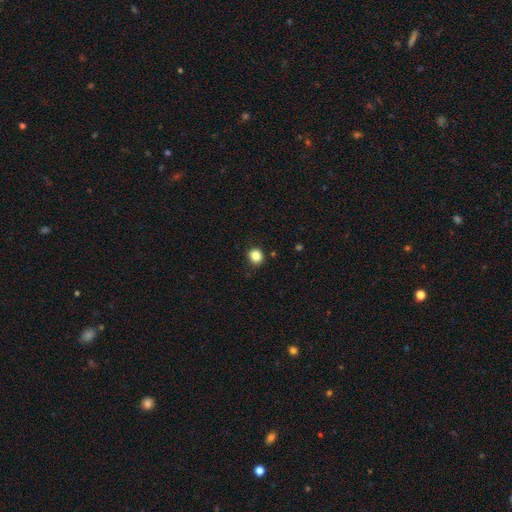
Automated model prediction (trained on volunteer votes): A smooth galaxy with no disk features (85%) that is round (81%).

Vote fractions:
- Smooth or featured? smooth: 85% / star or artifact: 11% / featured or disk: 4%
- How rounded? round: 81% / in between: 18% / cigar-shaped: 1%
- Merging? none: 88% / minor disturbance: 9% / major disturbance: 2% / merger: 1%